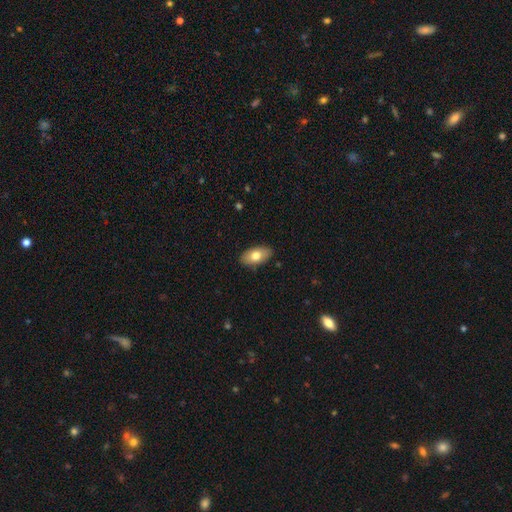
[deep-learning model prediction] Q: Smooth or featured?
A: smooth (75%); runner-up: featured or disk (19%)
Q: How rounded?
A: in between (92%); runner-up: round (4%)
Q: Merging?
A: none (88%); runner-up: minor disturbance (9%)